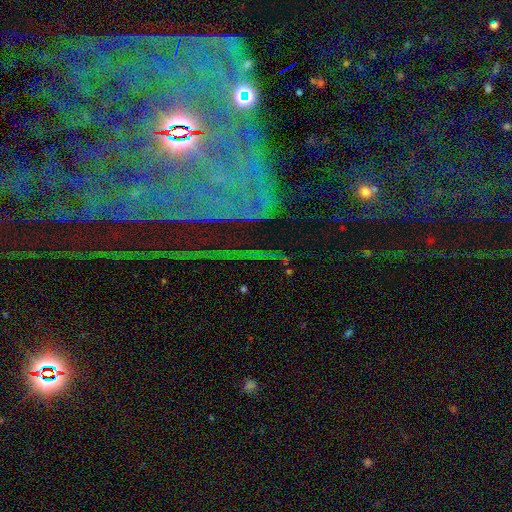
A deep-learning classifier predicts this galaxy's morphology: A star or artifact, not a galaxy (67%).